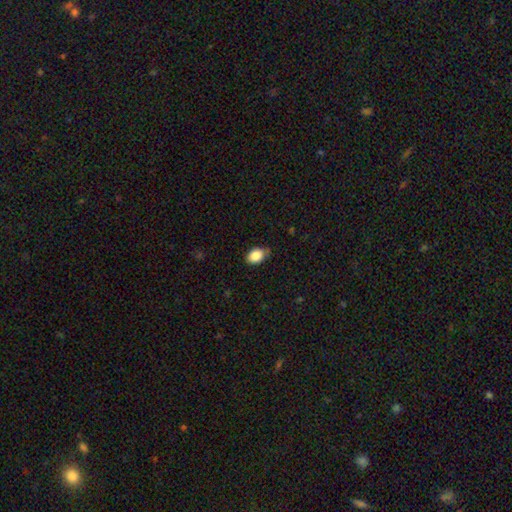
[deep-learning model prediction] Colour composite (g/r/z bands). It shows a smooth galaxy with no disk features (86%) that is in between round and cigar-shaped (74%). Merging: none (71%).